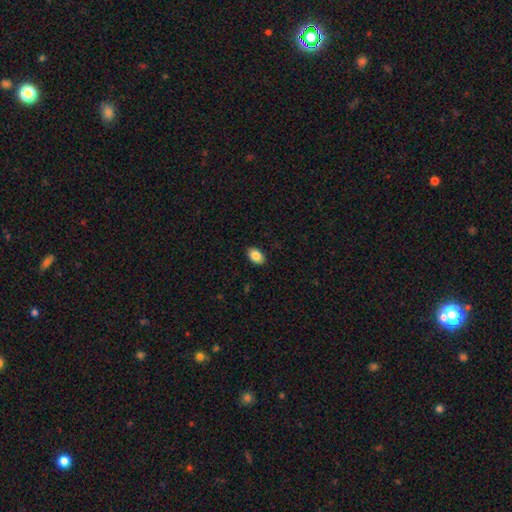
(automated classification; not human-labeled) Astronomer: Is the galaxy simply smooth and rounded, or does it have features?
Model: smooth — 86%.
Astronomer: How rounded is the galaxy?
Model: in between — 88%.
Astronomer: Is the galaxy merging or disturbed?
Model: none — 90%.